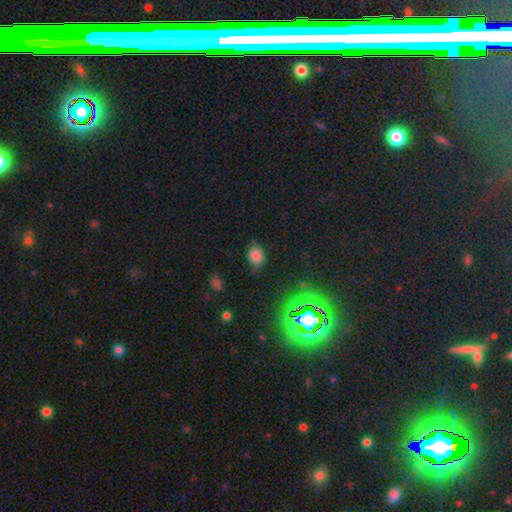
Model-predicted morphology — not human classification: Smooth or featured: smooth — 74% (star or artifact — 18%)
How rounded: in between — 56% (round — 42%)
Merging: none — 59% (minor disturbance — 31%)